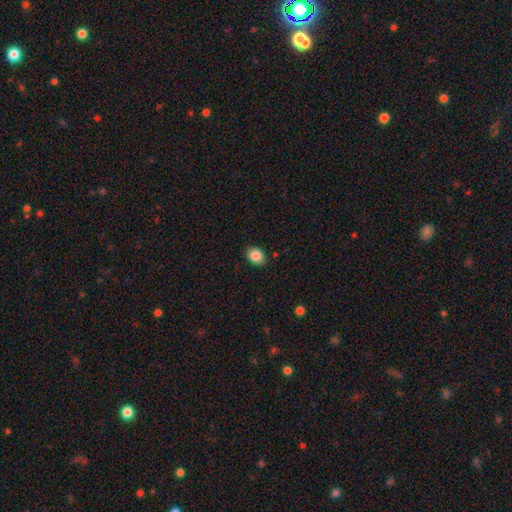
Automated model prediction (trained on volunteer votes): The model was most divided on "how rounded": in between: 57%, round: 42%, cigar-shaped: 1%. More confident: merging — none (88%); smooth or featured — smooth (86%).